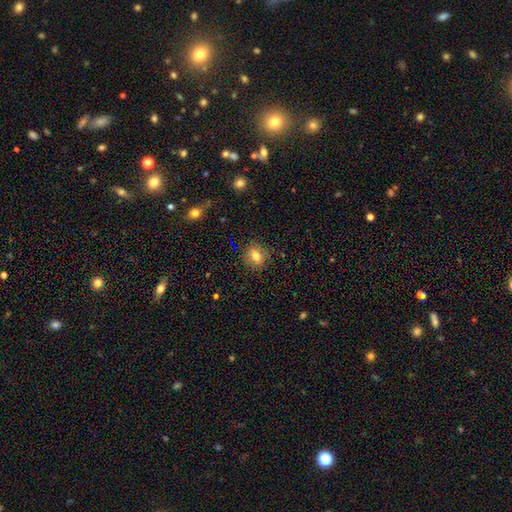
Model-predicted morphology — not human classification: Q: Smooth or featured?
A: smooth (74%); runner-up: featured or disk (15%)
Q: How rounded?
A: round (62%); runner-up: in between (36%)
Q: Merging?
A: none (85%); runner-up: minor disturbance (10%)